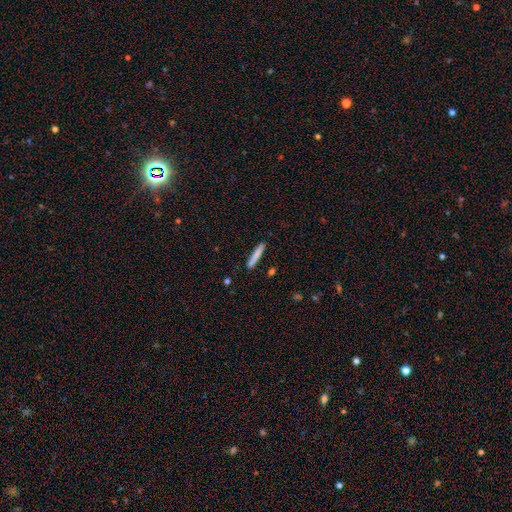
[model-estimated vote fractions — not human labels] This is likely a smooth galaxy (78%). How rounded: clearly cigar-shaped (95%). Merging: clearly none (87%).